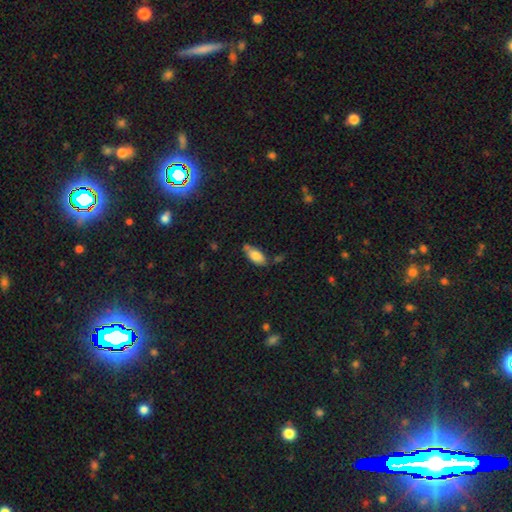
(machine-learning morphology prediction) smooth-or-featured: smooth: 79% | featured or disk: 14% | star or artifact: 7%
  how-rounded: in between: 87% | cigar-shaped: 10% | round: 3%
  merging: none: 62% | minor disturbance: 25% | merger: 8% | major disturbance: 5%